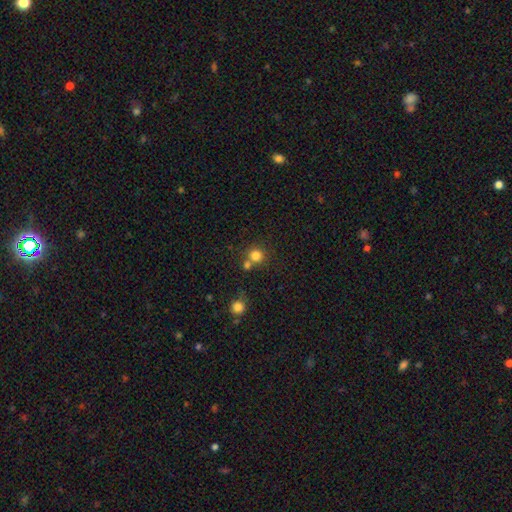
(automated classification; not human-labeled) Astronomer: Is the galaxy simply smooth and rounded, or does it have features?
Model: smooth — 80%.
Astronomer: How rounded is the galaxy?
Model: round — 91%.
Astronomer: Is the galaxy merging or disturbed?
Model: none — 61%.